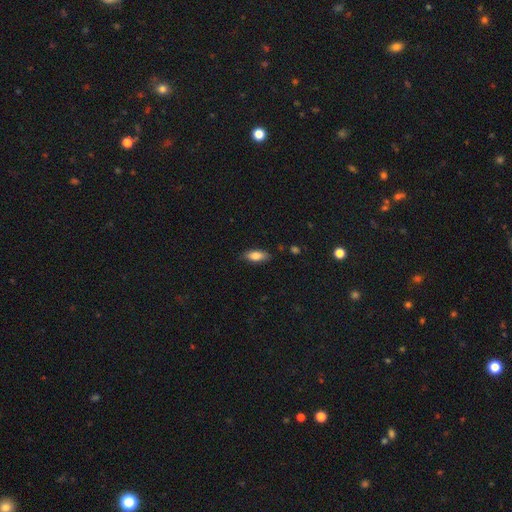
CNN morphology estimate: The model was most divided on "how rounded": in between: 82%, cigar-shaped: 16%, round: 3%. More confident: merging — none (81%); smooth or featured — smooth (81%).